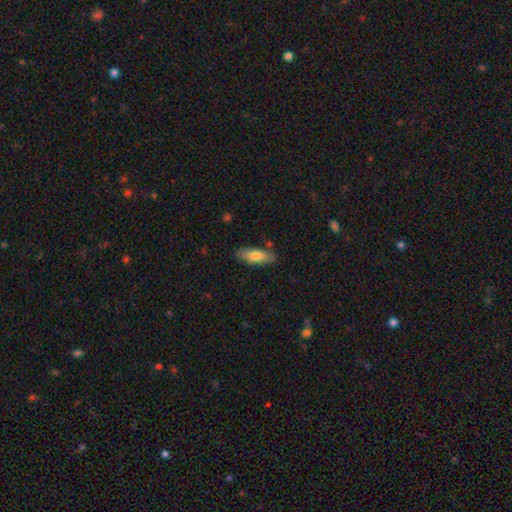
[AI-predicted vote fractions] This is likely a smooth galaxy (77%). How rounded: likely in between (68%). Merging: clearly none (82%).